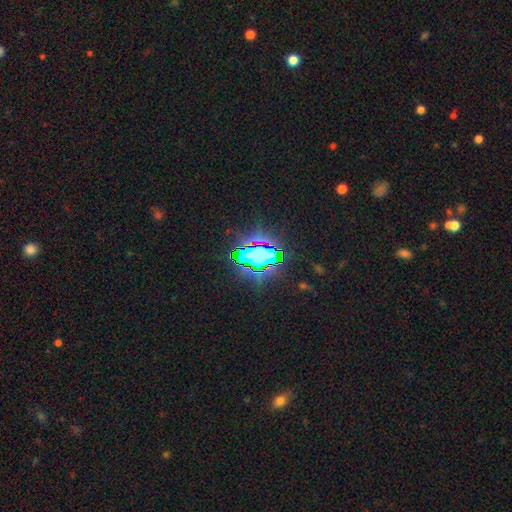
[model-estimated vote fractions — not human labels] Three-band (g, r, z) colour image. It shows a star or artifact, not a galaxy (67%).